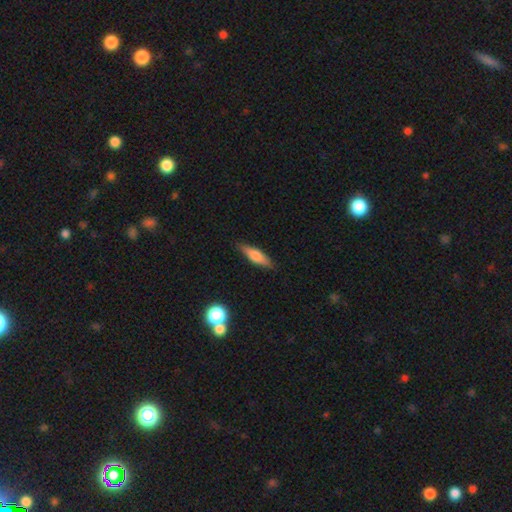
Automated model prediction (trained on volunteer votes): Smooth or featured: smooth — 66% (featured or disk — 28%)
How rounded: cigar-shaped — 58% (in between — 40%)
Merging: none — 84% (minor disturbance — 12%)